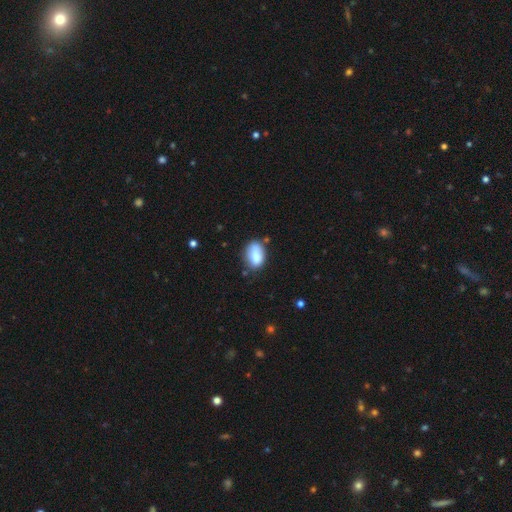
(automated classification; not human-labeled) smooth_or_featured: smooth (p=0.81) [alt: featured or disk p=0.11]
how_rounded: in between (p=0.88) [alt: round p=0.10]
merging: none (p=0.61) [alt: minor disturbance p=0.26]